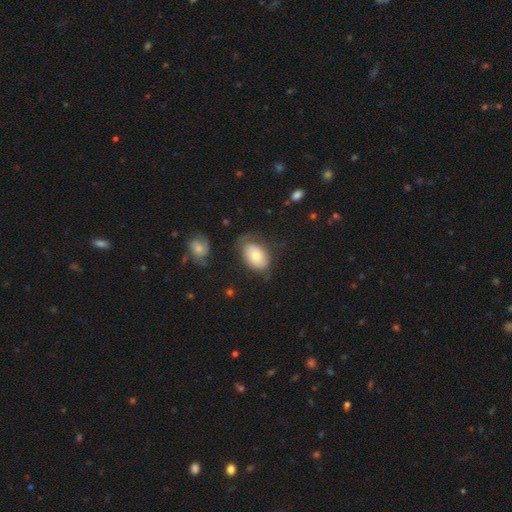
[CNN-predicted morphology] smooth 71%, featured or disk 22%, star or artifact 7%. Down the decision tree: how rounded — in between (87%); merging — none (57%).